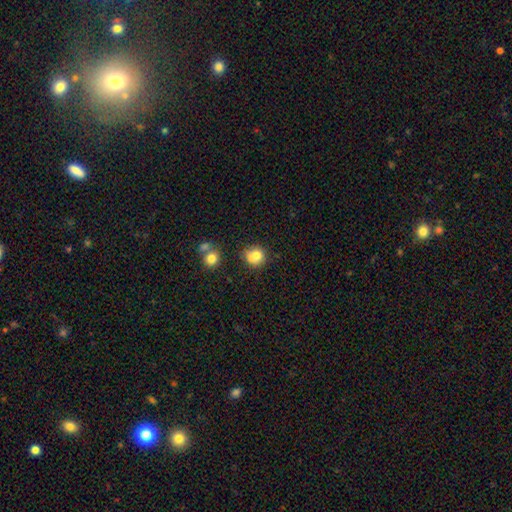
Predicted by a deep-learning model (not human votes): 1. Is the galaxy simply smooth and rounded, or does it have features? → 74% smooth, 15% featured or disk, 11% star or artifact.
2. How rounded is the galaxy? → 79% round, 20% in between, 1% cigar-shaped.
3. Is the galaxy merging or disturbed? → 44% none, 37% merger, 14% minor disturbance, 5% major disturbance.